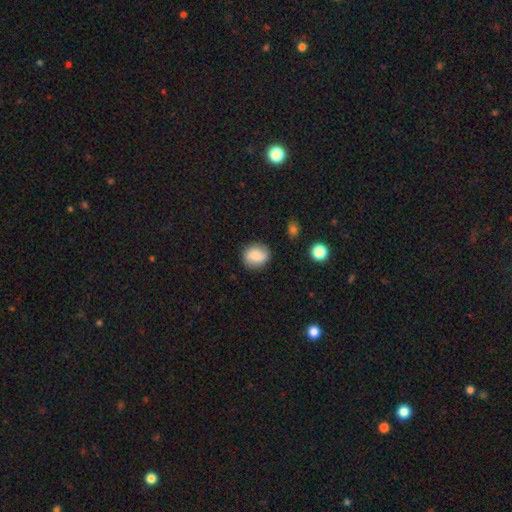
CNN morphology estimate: smooth 78%, featured or disk 13%, star or artifact 9%. Down the decision tree: how rounded — round (73%); merging — none (81%).